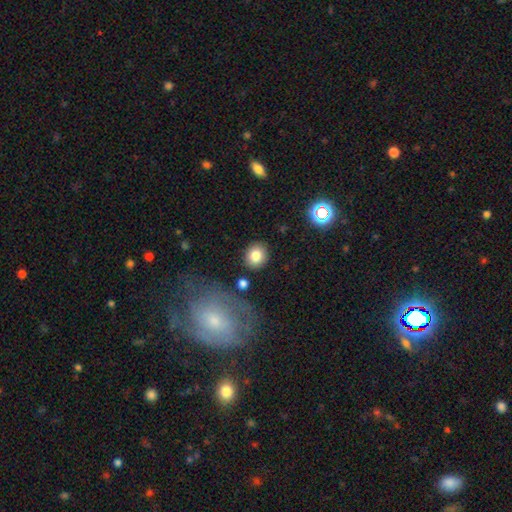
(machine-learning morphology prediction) Smooth or featured? Predicted: smooth (p=0.82). How rounded? Predicted: round (p=0.81). Merging? Predicted: none (p=0.86).